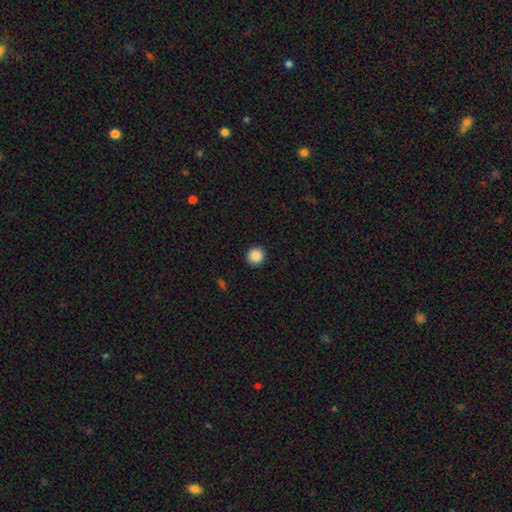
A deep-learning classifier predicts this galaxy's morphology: This is clearly a smooth galaxy (89%). How rounded: clearly round (95%). Merging: clearly none (93%).